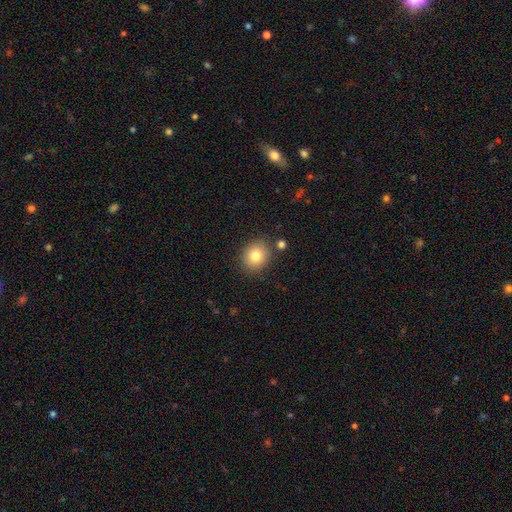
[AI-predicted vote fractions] smooth_or_featured: smooth (p=0.80) [alt: star or artifact p=0.10]
how_rounded: round (p=0.74) [alt: in between p=0.25]
merging: none (p=0.82) [alt: minor disturbance p=0.10]